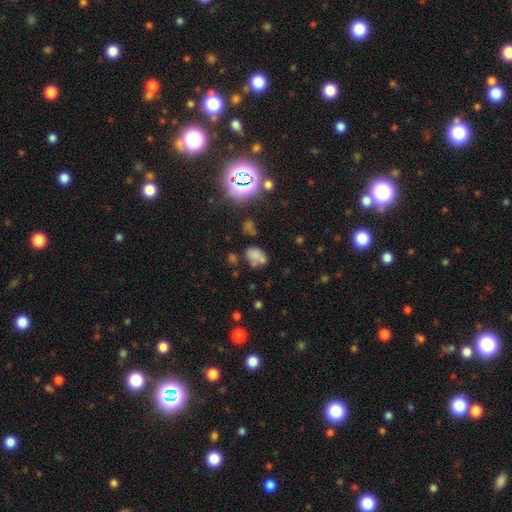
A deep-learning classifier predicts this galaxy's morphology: This is likely a smooth galaxy (64%). How rounded: likely in between (70%). Merging: possibly none (47%).